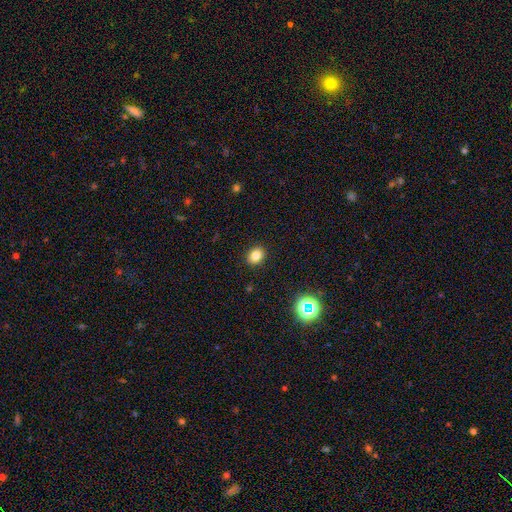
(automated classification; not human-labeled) The model was most divided on "how rounded": round: 51%, in between: 48%, cigar-shaped: 1%. More confident: merging — none (90%); smooth or featured — smooth (81%).